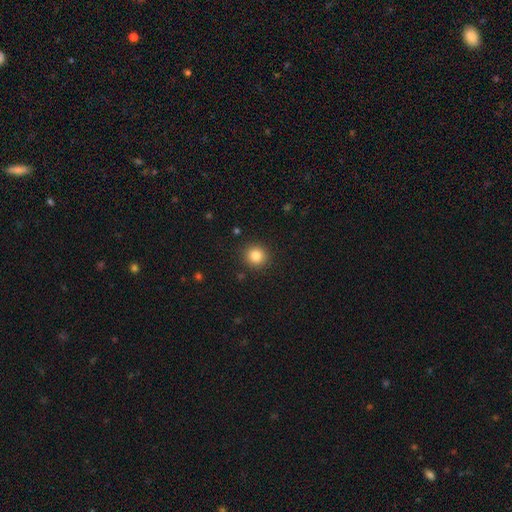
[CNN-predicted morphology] Smooth or featured?
  - smooth: 83% *
  - star or artifact: 11%
  - featured or disk: 6%
How rounded?
  - round: 92% *
  - in between: 7%
  - cigar-shaped: 1%
Merging?
  - none: 91% *
  - minor disturbance: 6%
  - major disturbance: 2%
  - merger: 1%